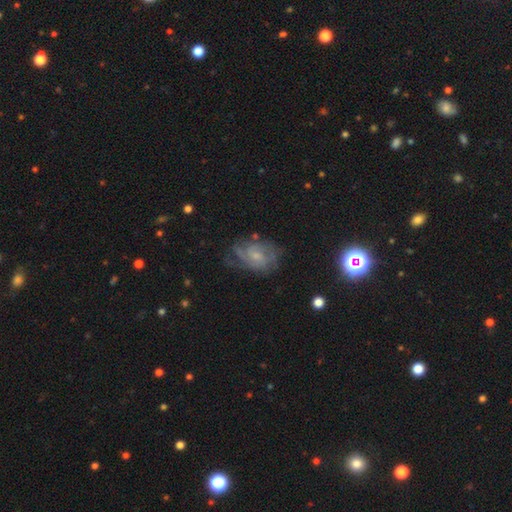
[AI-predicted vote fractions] Morphology: type=featured or disk (73%); edge-on=no (97%); bar=no (58%); spiral arms=yes (89%); winding=tight (44%); arm count=can't tell (39%); bulge=small (59%); merging=none (58%).